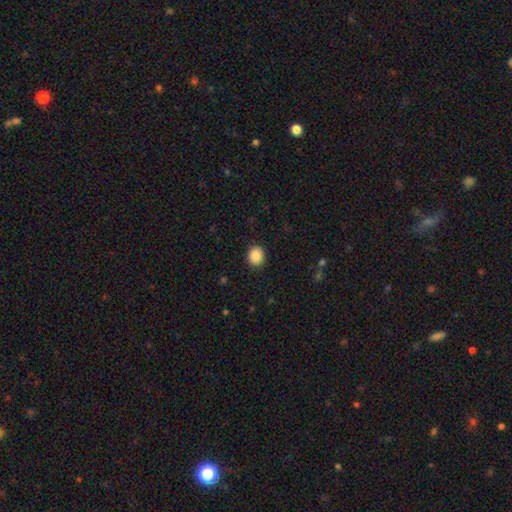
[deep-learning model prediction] Q: Smooth or featured?
A: smooth (88%); runner-up: star or artifact (9%)
Q: How rounded?
A: round (80%); runner-up: in between (19%)
Q: Merging?
A: none (91%); runner-up: minor disturbance (6%)